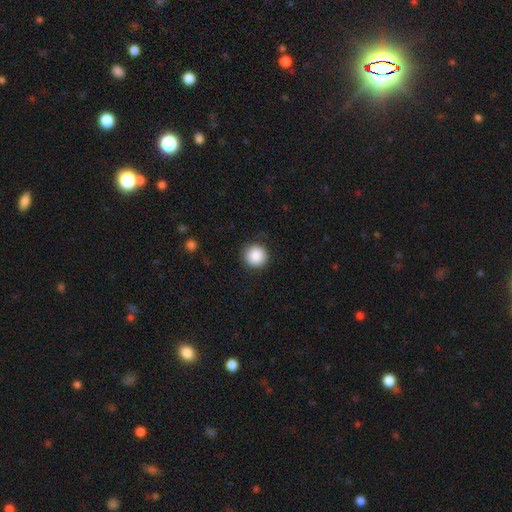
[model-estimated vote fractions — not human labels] The model was most divided on "smooth or featured": smooth: 88%, star or artifact: 8%, featured or disk: 3%. More confident: how rounded — round (95%); merging — none (91%).